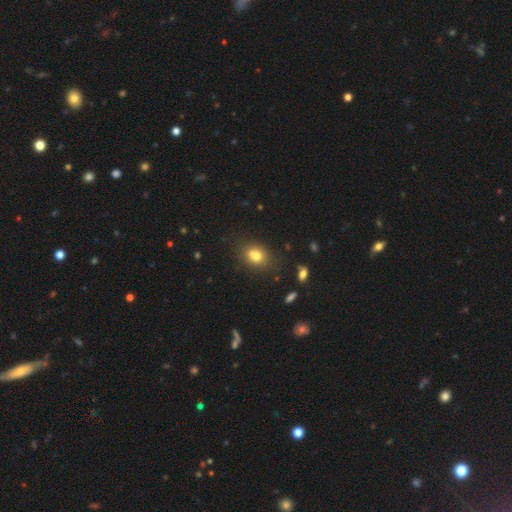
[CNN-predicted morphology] A smooth galaxy with no disk features (77%) that is in between round and cigar-shaped (53%). Merging: none (67%).